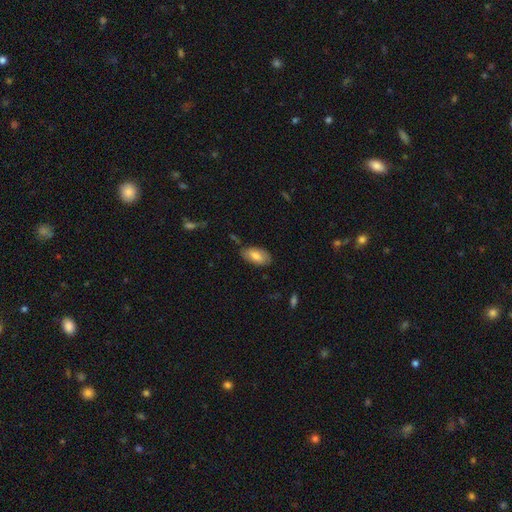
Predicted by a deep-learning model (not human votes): A smooth galaxy with no disk features (73%) that is in between round and cigar-shaped (93%).

Vote fractions:
- Smooth or featured? smooth: 73% / featured or disk: 21% / star or artifact: 7%
- How rounded? in between: 93% / cigar-shaped: 4% / round: 3%
- Merging? none: 70% / minor disturbance: 23% / major disturbance: 5% / merger: 3%